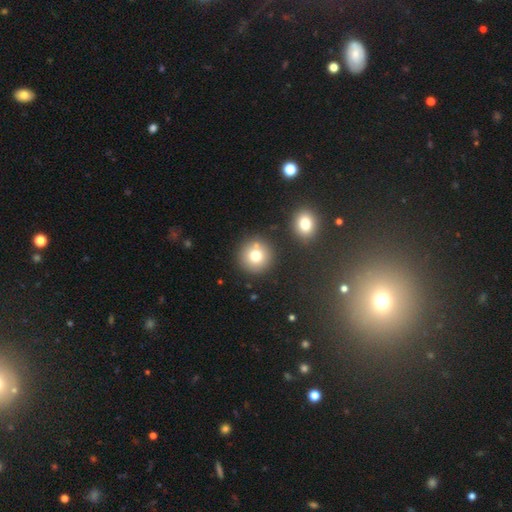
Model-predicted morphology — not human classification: type=smooth (74%); roundness=round (94%); merging=none (79%).